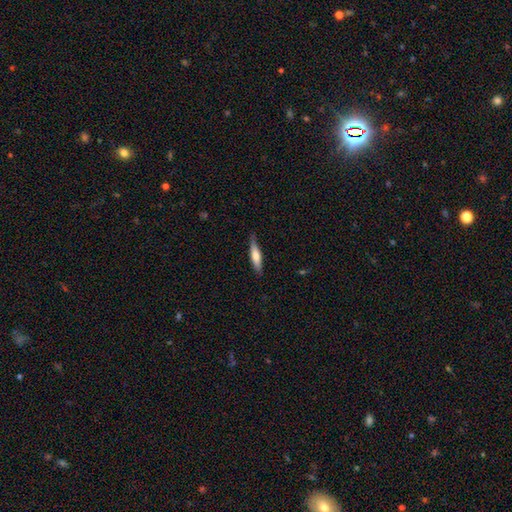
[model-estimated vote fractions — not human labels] Smooth or featured? smooth (61%)
How rounded? cigar-shaped (78%)
Merging? none (77%)